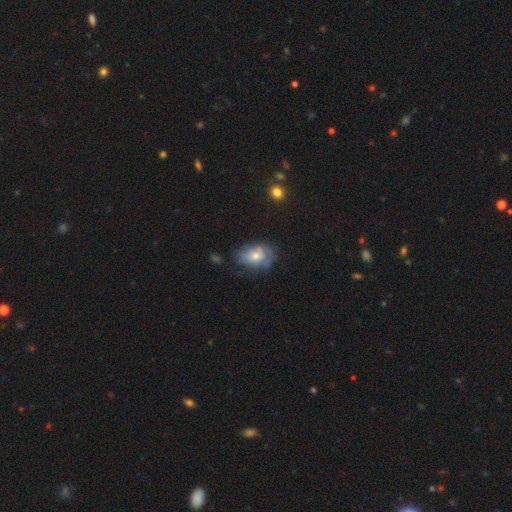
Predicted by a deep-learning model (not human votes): Smooth or featured: smooth — 58% (featured or disk — 34%)
How rounded: in between — 82% (round — 16%)
Merging: none — 53% (minor disturbance — 31%)